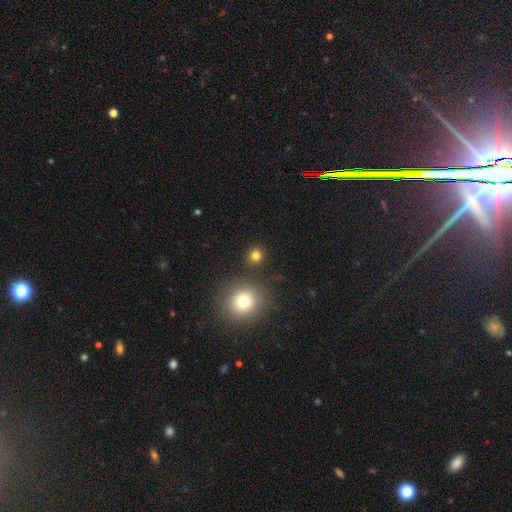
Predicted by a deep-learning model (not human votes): smooth-or-featured: smooth: 78% | star or artifact: 16% | featured or disk: 6%
  how-rounded: round: 89% | in between: 10% | cigar-shaped: 1%
  merging: none: 85% | minor disturbance: 7% | merger: 6% | major disturbance: 3%